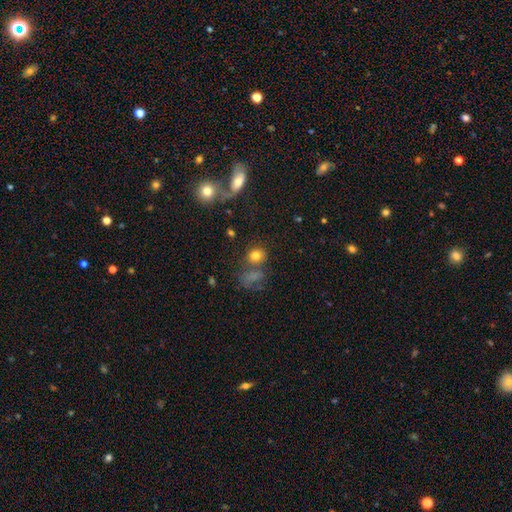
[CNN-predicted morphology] The model was most divided on "merging": none: 59%, merger: 20%, minor disturbance: 12%, major disturbance: 8%. More confident: smooth or featured — smooth (78%); how rounded — round (72%).